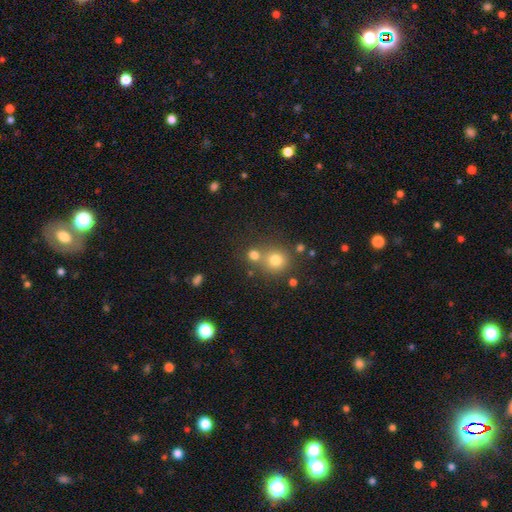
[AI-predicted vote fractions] This is likely a smooth galaxy (68%). How rounded: clearly round (88%). Merging: likely none (61%).